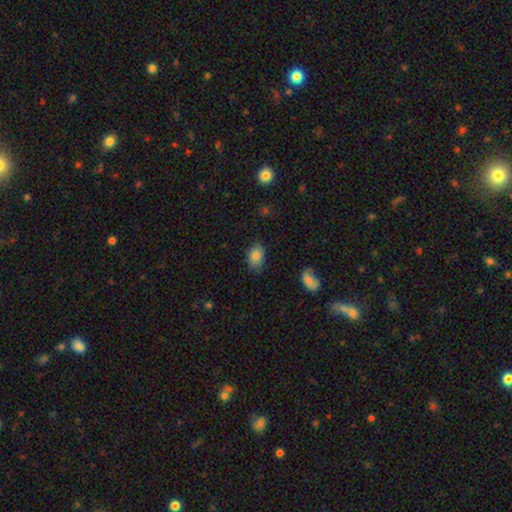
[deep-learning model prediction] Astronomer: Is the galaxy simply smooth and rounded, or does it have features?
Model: smooth — 82%.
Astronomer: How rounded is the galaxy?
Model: in between — 82%.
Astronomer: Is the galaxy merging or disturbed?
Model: none — 79%.